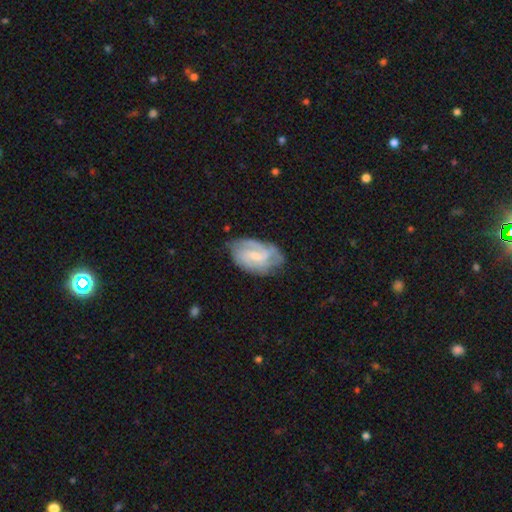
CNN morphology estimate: Smooth or featured? Predicted: featured or disk (p=0.75). Edge-on disk? Predicted: no (p=0.97). Bar? Predicted: weak (p=0.57). Spiral arms? Predicted: yes (p=0.92). Spiral winding? Predicted: tight (p=0.44). Spiral arm count? Predicted: 2 (p=0.40). Bulge size? Predicted: small (p=0.53). Merging? Predicted: none (p=0.66).